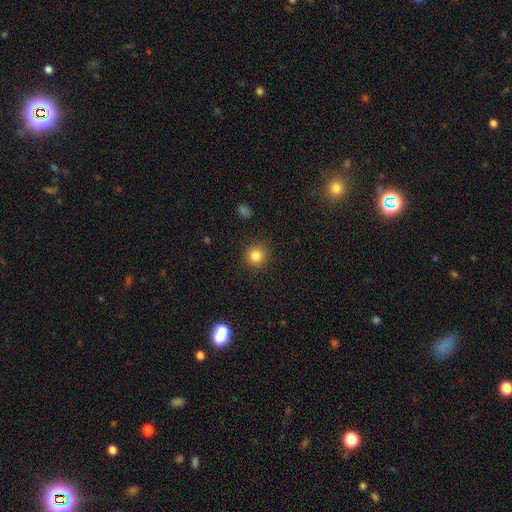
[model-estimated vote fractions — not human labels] smooth 83%, star or artifact 12%, featured or disk 5%. Down the decision tree: how rounded — round (91%); merging — none (90%).